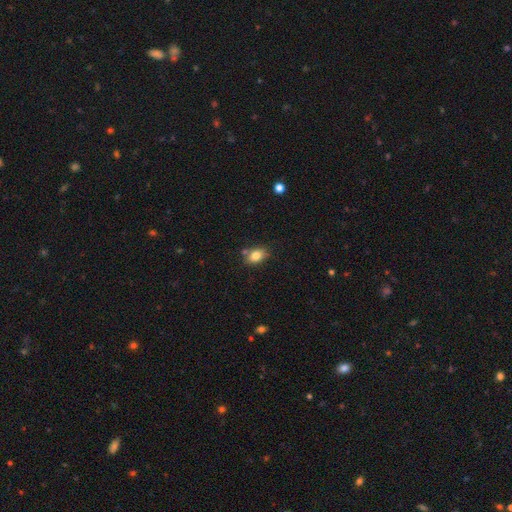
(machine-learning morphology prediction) smooth 82%, star or artifact 9%, featured or disk 9%. Down the decision tree: how rounded — in between (75%); merging — none (73%).